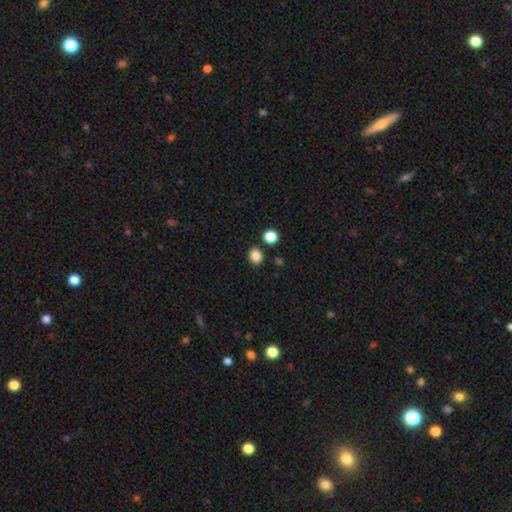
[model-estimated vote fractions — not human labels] Smooth or featured?
  - smooth: 85% *
  - star or artifact: 12%
  - featured or disk: 3%
How rounded?
  - round: 80% *
  - in between: 19%
  - cigar-shaped: 1%
Merging?
  - none: 87% *
  - minor disturbance: 7%
  - merger: 5%
  - major disturbance: 2%